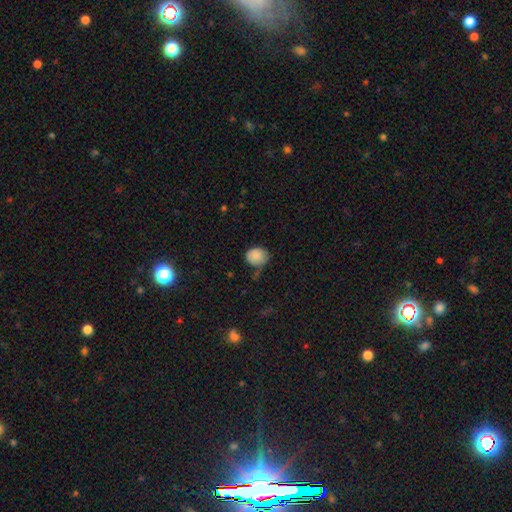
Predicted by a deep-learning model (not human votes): Overall: smooth (86%). How rounded: round (56%; in between 43%). Merging: none (62%; minor disturbance 29%).